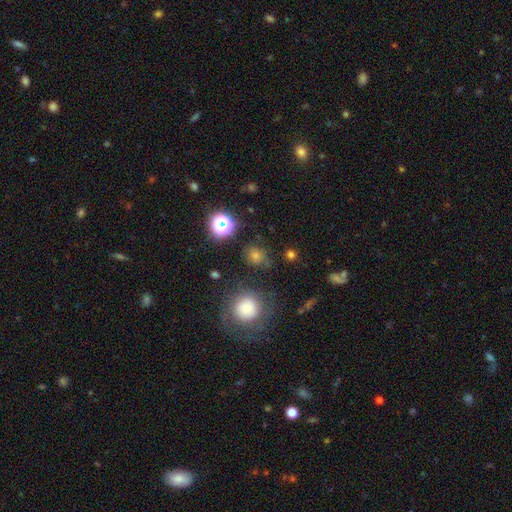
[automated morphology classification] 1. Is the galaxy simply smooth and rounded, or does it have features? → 56% smooth, 32% star or artifact, 11% featured or disk.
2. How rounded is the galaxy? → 83% round, 15% in between, 1% cigar-shaped.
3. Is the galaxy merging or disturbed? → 75% none, 13% minor disturbance, 7% major disturbance, 5% merger.